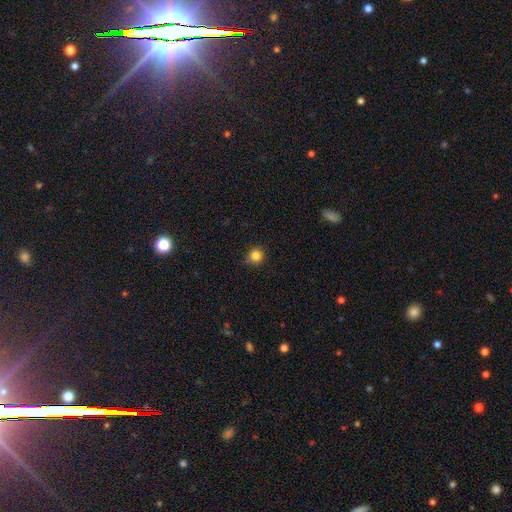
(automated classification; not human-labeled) Smooth or featured? smooth (84%)
How rounded? round (93%)
Merging? none (84%)